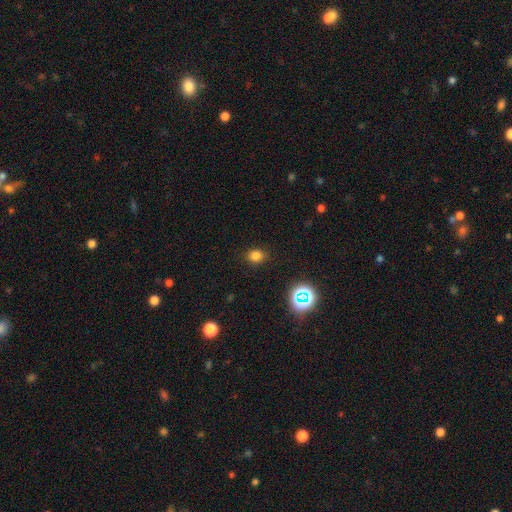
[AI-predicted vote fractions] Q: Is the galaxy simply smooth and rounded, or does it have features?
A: smooth — 78%.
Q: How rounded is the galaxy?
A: round — 63%.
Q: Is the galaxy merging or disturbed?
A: none — 88%.